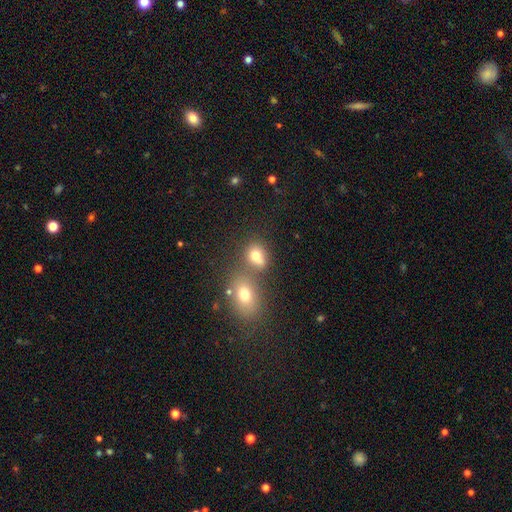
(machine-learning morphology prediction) Q: Smooth or featured?
A: smooth (74%); runner-up: star or artifact (15%)
Q: How rounded?
A: round (54%); runner-up: in between (45%)
Q: Merging?
A: none (49%); runner-up: merger (34%)